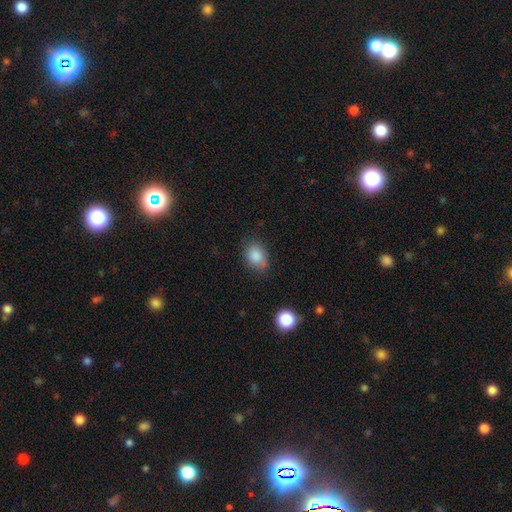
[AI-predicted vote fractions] smooth 86%, star or artifact 9%, featured or disk 6%. Down the decision tree: how rounded — in between (63%); merging — none (73%).